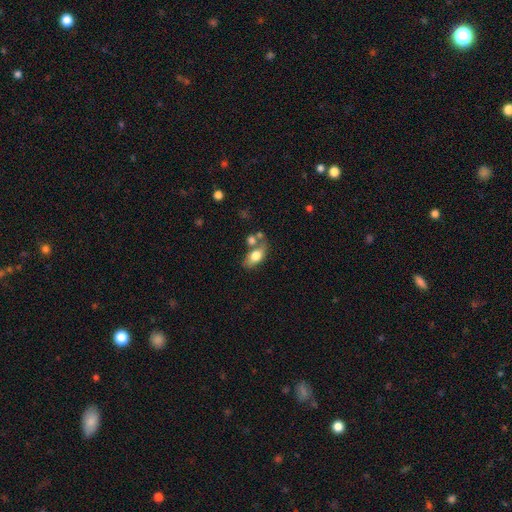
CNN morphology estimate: smooth_or_featured: smooth (p=0.70) [alt: featured or disk p=0.22]
how_rounded: in between (p=0.85) [alt: round p=0.09]
merging: none (p=0.47) [alt: merger p=0.26]